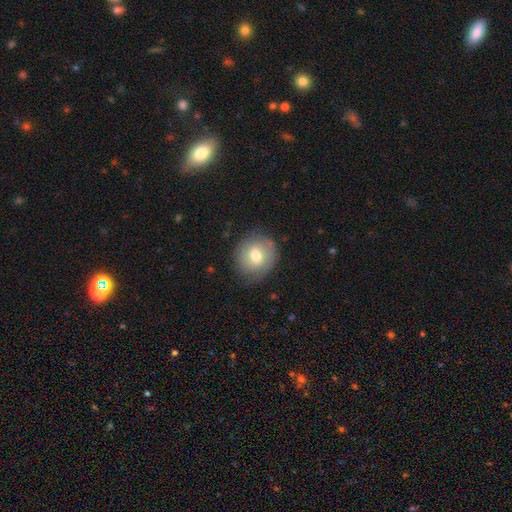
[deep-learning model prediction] Morphology: type=smooth (64%); roundness=round (77%); merging=none (76%).